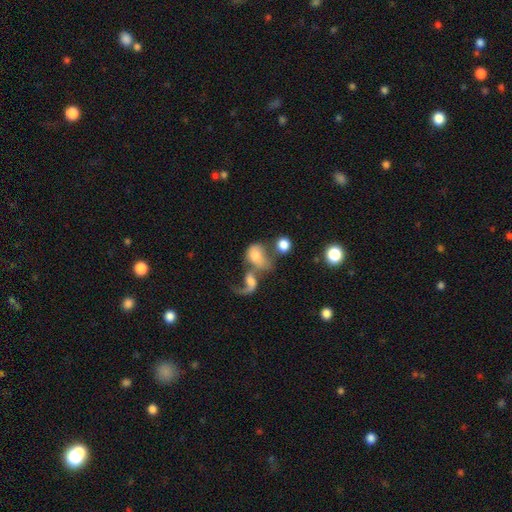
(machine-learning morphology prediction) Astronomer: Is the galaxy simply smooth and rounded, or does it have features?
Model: smooth — 50% (runner-up: featured or disk, 40%).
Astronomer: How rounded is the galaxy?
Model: in between — 59% (runner-up: round, 39%).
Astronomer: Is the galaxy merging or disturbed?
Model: merger — 64%.